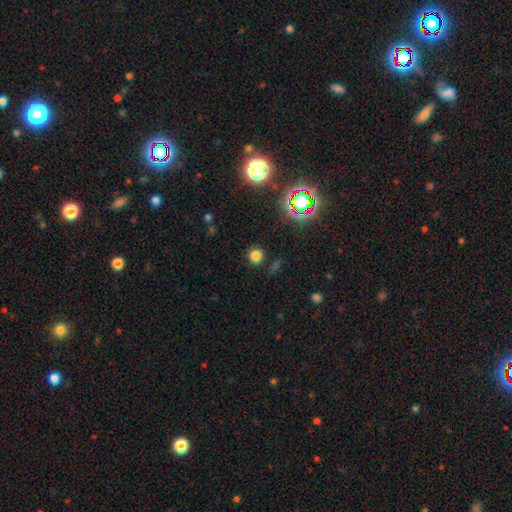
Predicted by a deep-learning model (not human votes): A smooth galaxy with no disk features (74%) that is round (91%).

Vote fractions:
- Smooth or featured? smooth: 74% / star or artifact: 21% / featured or disk: 5%
- How rounded? round: 91% / in between: 7% / cigar-shaped: 1%
- Merging? none: 87% / minor disturbance: 8% / major disturbance: 3% / merger: 2%